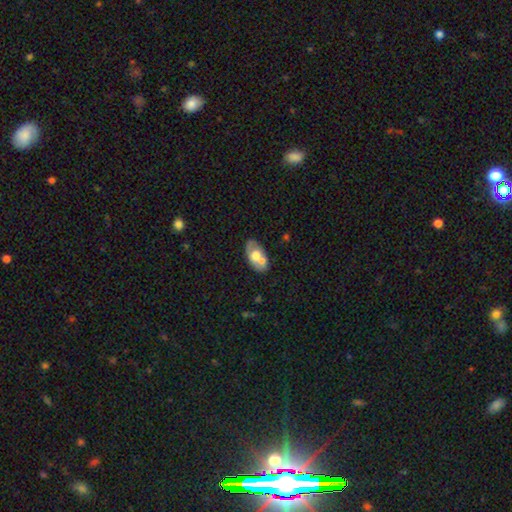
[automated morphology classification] Smooth or featured?
  - smooth: 52% *
  - featured or disk: 42%
  - star or artifact: 7%
How rounded?
  - in between: 91% *
  - round: 6%
  - cigar-shaped: 2%
Merging?
  - none: 49% *
  - merger: 29%
  - minor disturbance: 17%
  - major disturbance: 5%